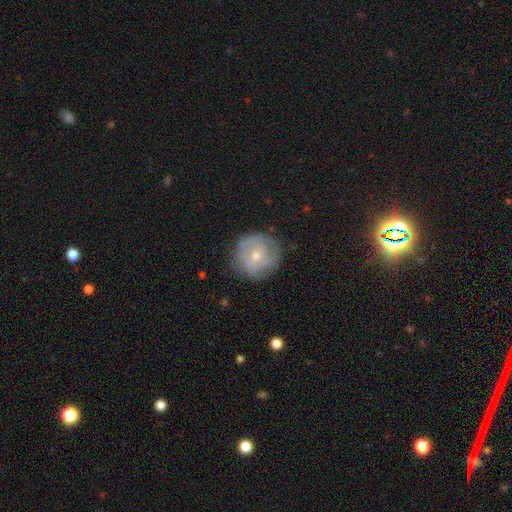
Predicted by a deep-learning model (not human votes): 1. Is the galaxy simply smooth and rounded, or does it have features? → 47% featured or disk, 46% smooth, 7% star or artifact.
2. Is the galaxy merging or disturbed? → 76% none, 17% minor disturbance, 6% major disturbance, 1% merger.